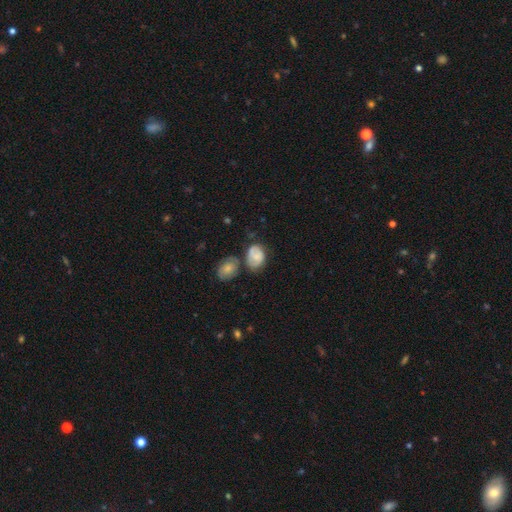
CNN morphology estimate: The model was most divided on "merging": none: 45%, minor disturbance: 25%, merger: 19%, major disturbance: 11%. More confident: how rounded — in between (69%); smooth or featured — smooth (62%).